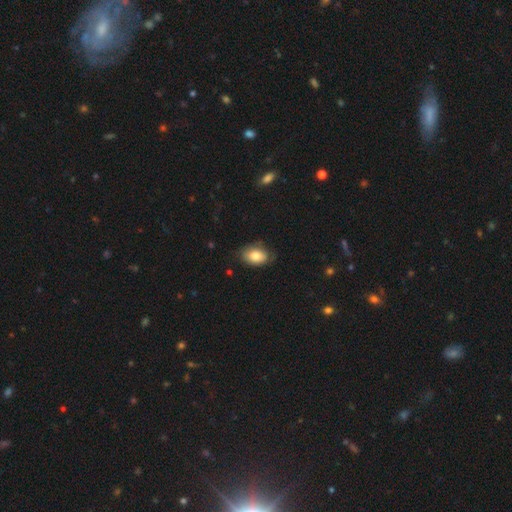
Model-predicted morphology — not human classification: Smooth or featured? smooth (77%)
How rounded? in between (86%)
Merging? none (69%)